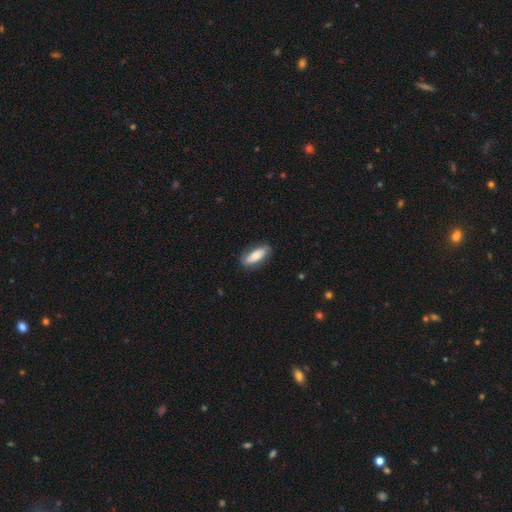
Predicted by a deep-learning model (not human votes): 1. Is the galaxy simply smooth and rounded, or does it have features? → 68% smooth, 26% featured or disk, 6% star or artifact.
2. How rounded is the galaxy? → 74% in between, 24% cigar-shaped, 2% round.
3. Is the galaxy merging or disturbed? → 80% none, 15% minor disturbance, 4% major disturbance, 1% merger.